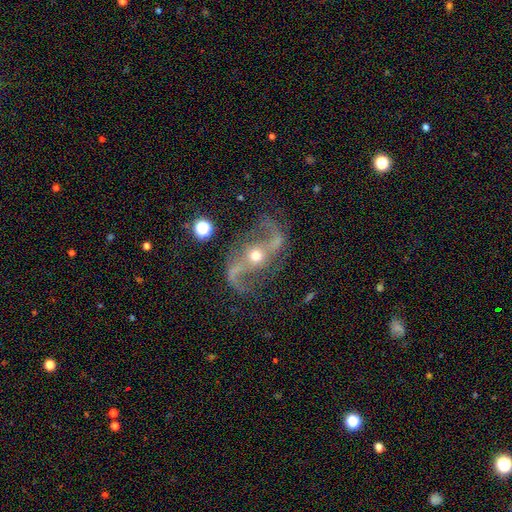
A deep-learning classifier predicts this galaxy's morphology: Smooth or featured? featured or disk (90%)
Edge-on disk? no (96%)
Bar? no (41%)
Spiral arms? yes (96%)
Spiral winding? loose (68%)
Spiral arm count? 2 (94%)
Bulge size? moderate (68%)
Merging? none (73%)